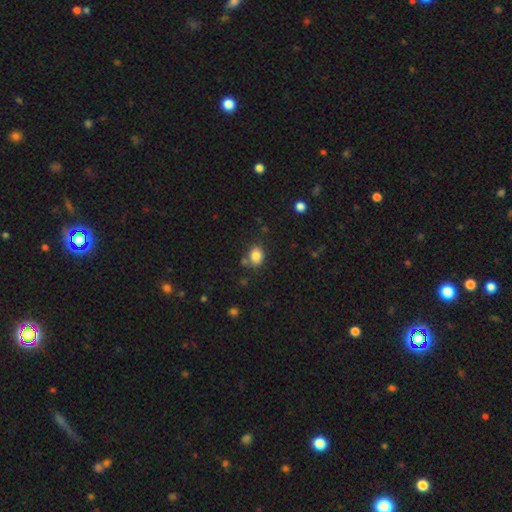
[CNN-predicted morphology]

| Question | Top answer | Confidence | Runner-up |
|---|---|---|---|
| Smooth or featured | smooth | 84% | star or artifact (10%) |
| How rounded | round | 51% | in between (48%) |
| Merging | none | 72% | minor disturbance (14%) |